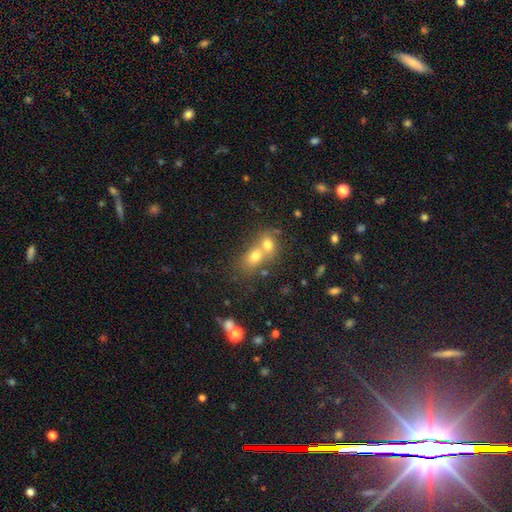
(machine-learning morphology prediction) A smooth galaxy with no disk features (65%) that is round (56%). Merging: merger (62%).